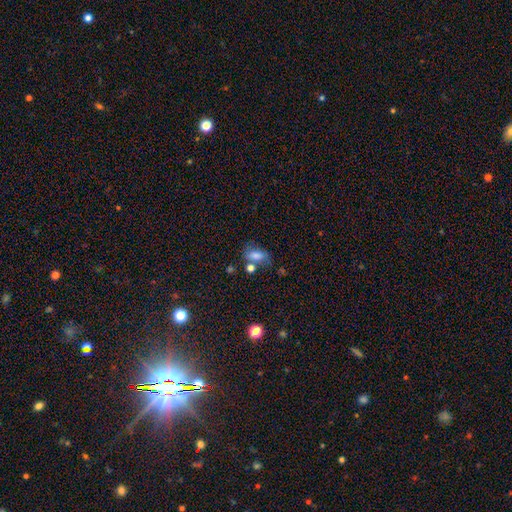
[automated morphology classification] Smooth or featured: smooth — 74% (featured or disk — 15%)
How rounded: in between — 83% (round — 10%)
Merging: none — 50% (minor disturbance — 22%)